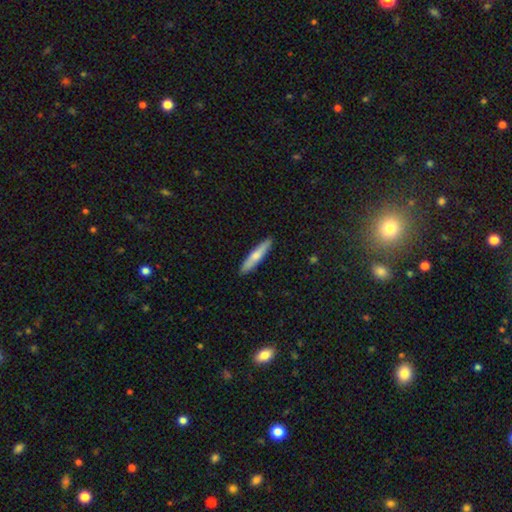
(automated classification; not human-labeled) Smooth or featured? smooth (66%)
How rounded? cigar-shaped (89%)
Merging? none (91%)